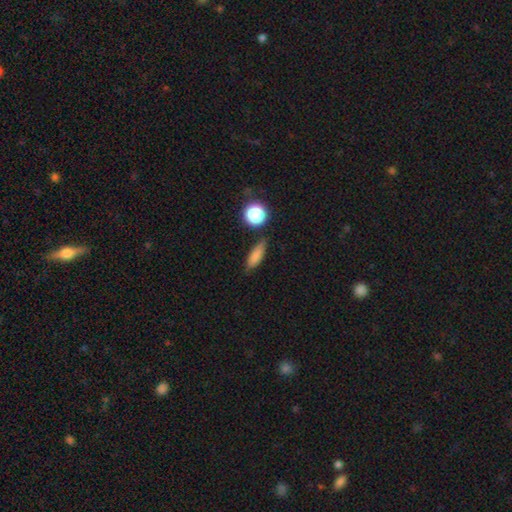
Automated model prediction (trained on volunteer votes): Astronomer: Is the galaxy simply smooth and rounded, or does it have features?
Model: smooth — 79%.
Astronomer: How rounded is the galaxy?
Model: in between — 48% (runner-up: cigar-shaped, 44%).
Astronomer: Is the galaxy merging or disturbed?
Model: none — 79%.